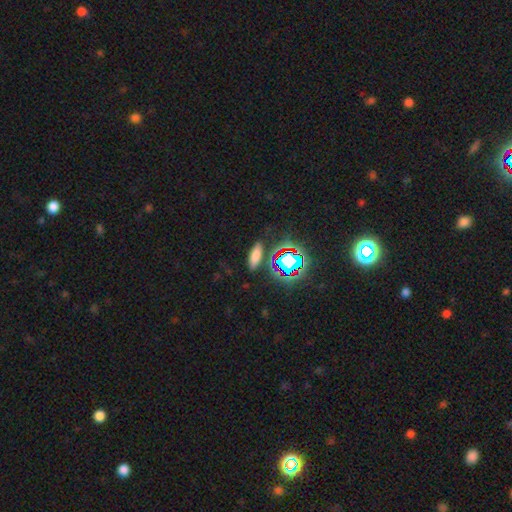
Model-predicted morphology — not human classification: Smooth or featured: smooth — 67% (star or artifact — 23%)
How rounded: in between — 55% (cigar-shaped — 40%)
Merging: none — 81% (minor disturbance — 11%)